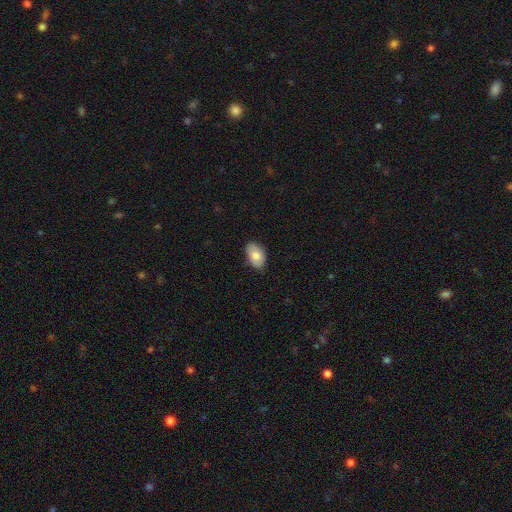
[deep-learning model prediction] A smooth galaxy with no disk features (79%) that is in between round and cigar-shaped (92%). Merging: none (78%).